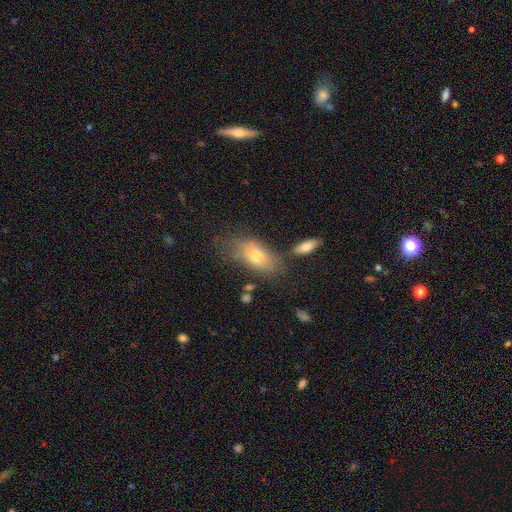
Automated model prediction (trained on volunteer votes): A smooth galaxy with no disk features (68%) that is in between round and cigar-shaped (87%).

Vote fractions:
- Smooth or featured? smooth: 68% / featured or disk: 23% / star or artifact: 9%
- How rounded? in between: 87% / cigar-shaped: 7% / round: 6%
- Merging? none: 55% / minor disturbance: 24% / major disturbance: 11% / merger: 10%